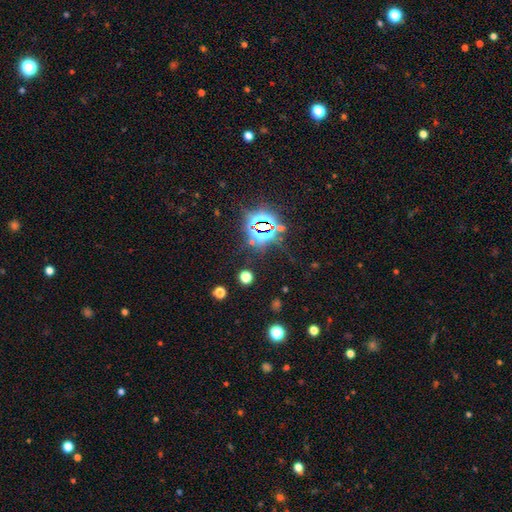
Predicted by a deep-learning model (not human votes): star or artifact 84%, smooth 9%, featured or disk 7%.